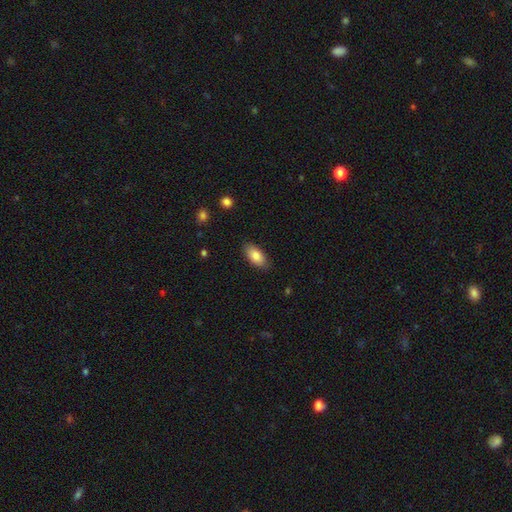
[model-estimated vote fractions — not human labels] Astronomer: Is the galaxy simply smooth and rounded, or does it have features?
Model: smooth — 83%.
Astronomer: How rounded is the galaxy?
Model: in between — 91%.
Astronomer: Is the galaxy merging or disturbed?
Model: none — 85%.